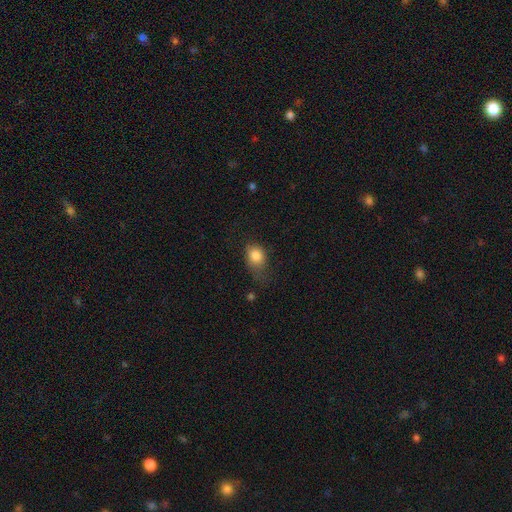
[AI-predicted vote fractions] The model was most divided on "how rounded": in between: 54%, round: 45%, cigar-shaped: 1%. Remaining: smooth or featured — smooth (82%); merging — none (45%).